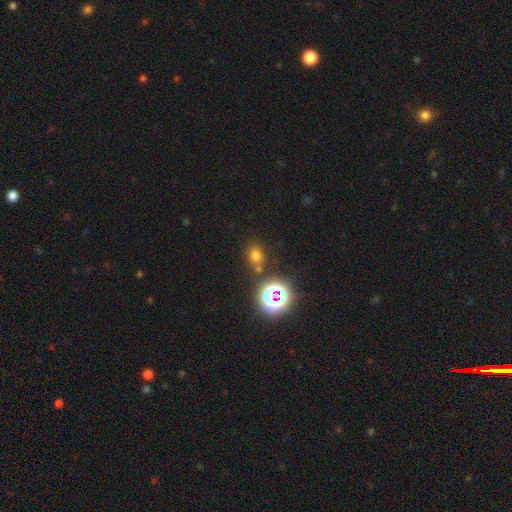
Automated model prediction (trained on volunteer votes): Overall: smooth (65%; star or artifact 28%). How rounded: round (56%; in between 42%). Merging: none (74%).